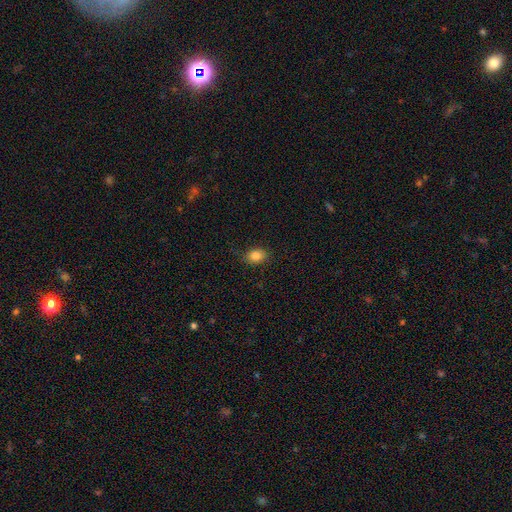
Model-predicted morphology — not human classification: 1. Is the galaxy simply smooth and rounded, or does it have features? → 84% smooth, 10% star or artifact, 6% featured or disk.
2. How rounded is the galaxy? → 71% in between, 28% round, 1% cigar-shaped.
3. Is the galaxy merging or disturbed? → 85% none, 11% minor disturbance, 3% major disturbance, 1% merger.